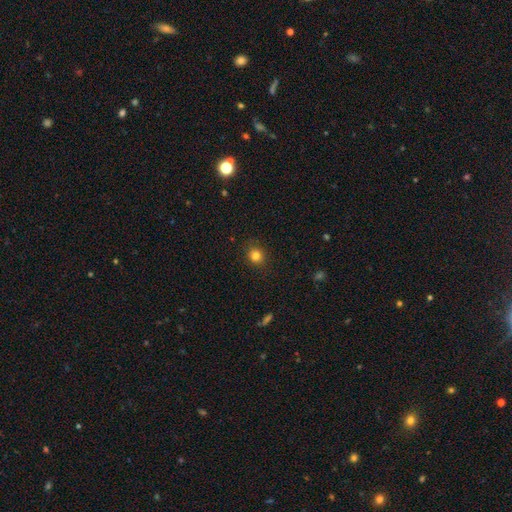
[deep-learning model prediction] This is clearly a smooth galaxy (82%). How rounded: clearly round (83%). Merging: clearly none (89%).